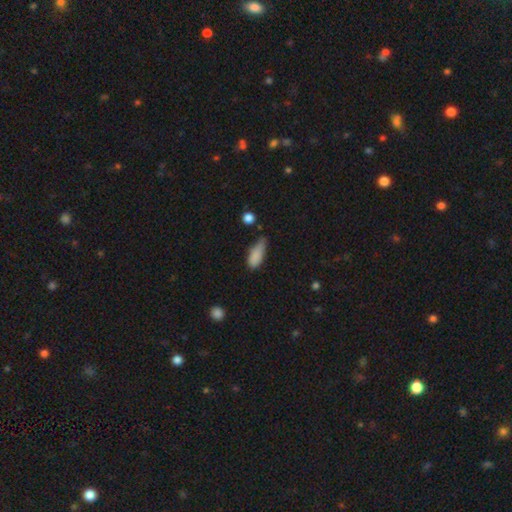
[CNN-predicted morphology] Smooth or featured? smooth (85%)
How rounded? in between (80%)
Merging? minor disturbance (48%)